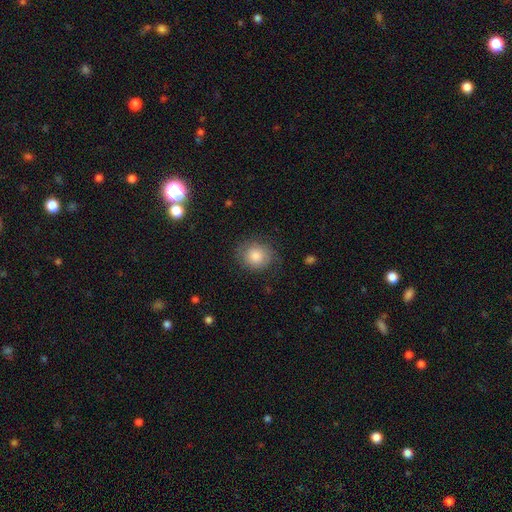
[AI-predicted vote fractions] A smooth galaxy with no disk features (79%) that is round (78%).

Vote fractions:
- Smooth or featured? smooth: 79% / featured or disk: 13% / star or artifact: 9%
- How rounded? round: 78% / in between: 21% / cigar-shaped: 1%
- Merging? none: 75% / minor disturbance: 18% / major disturbance: 6% / merger: 1%